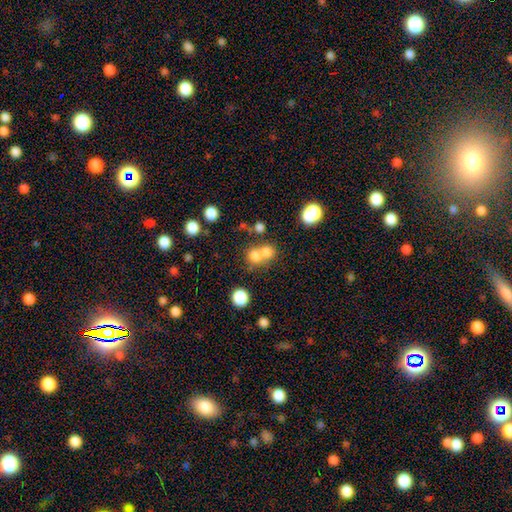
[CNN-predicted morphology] Smooth or featured? smooth (73%)
How rounded? round (82%)
Merging? merger (53%)